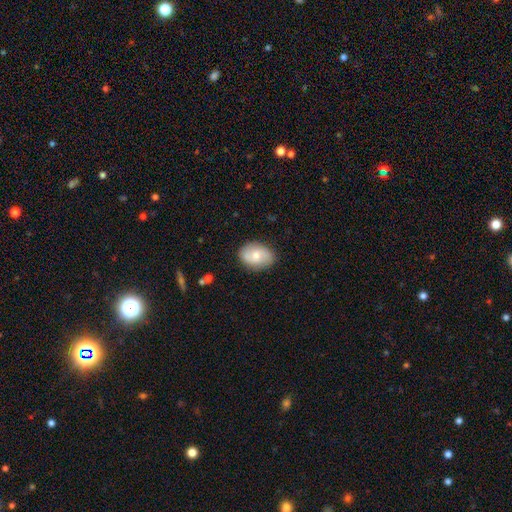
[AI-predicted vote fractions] smooth-or-featured: smooth: 56% | featured or disk: 37% | star or artifact: 7%
  how-rounded: in between: 76% | round: 23% | cigar-shaped: 1%
  merging: none: 84% | minor disturbance: 12% | major disturbance: 3% | merger: 1%